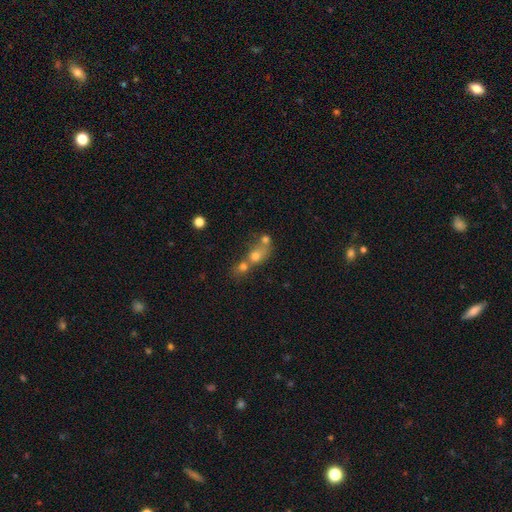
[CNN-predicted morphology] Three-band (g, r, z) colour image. It shows a smooth galaxy with no disk features (63%) that is round (59%). Merging: merger (69%).